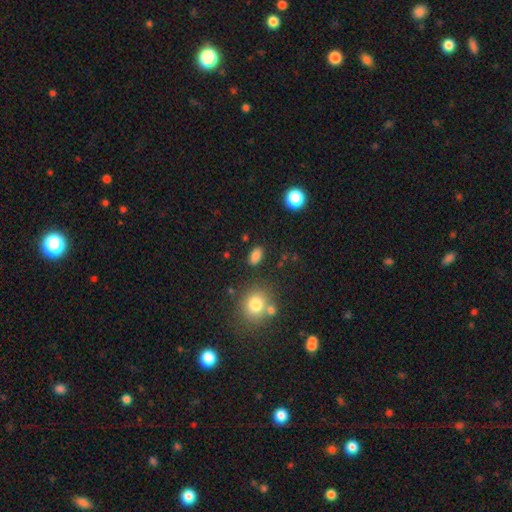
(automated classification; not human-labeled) Overall: smooth (84%). How rounded: in between (86%). Merging: none (84%).